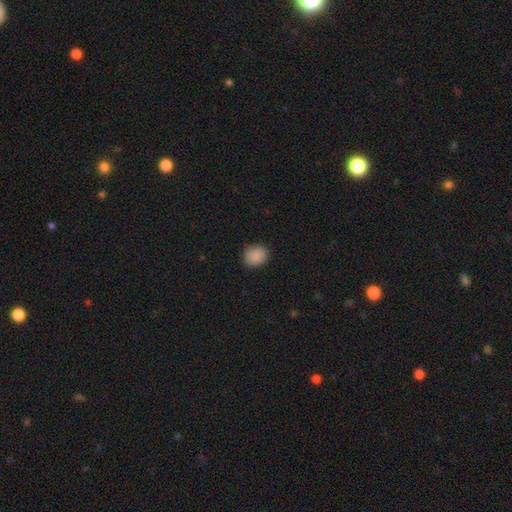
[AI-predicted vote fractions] smooth_or_featured: smooth (p=0.89) [alt: star or artifact p=0.08]
how_rounded: round (p=0.66) [alt: in between p=0.33]
merging: none (p=0.85) [alt: minor disturbance p=0.12]